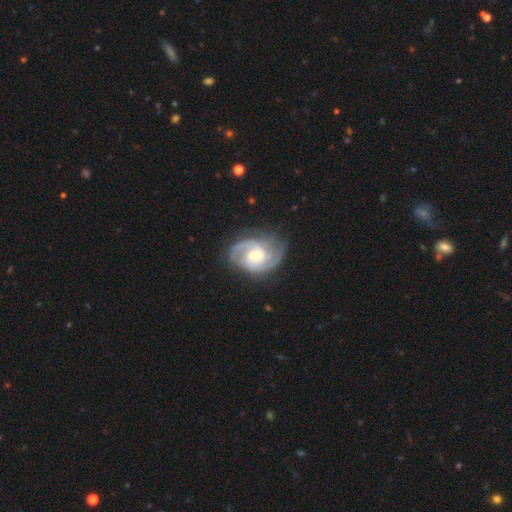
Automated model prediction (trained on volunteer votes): A featured or disk galaxy (87%) with no bar (45%, tied with weak), 2 (55%) tight (46%) spiral arms (97%) and a moderate central bulge (52%). Merging: none (72%).